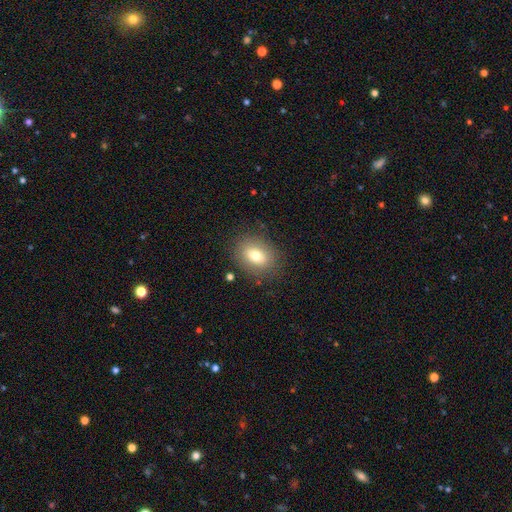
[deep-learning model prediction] Smooth or featured? Predicted: smooth (p=0.72). How rounded? Predicted: in between (p=0.68). Merging? Predicted: none (p=0.82).